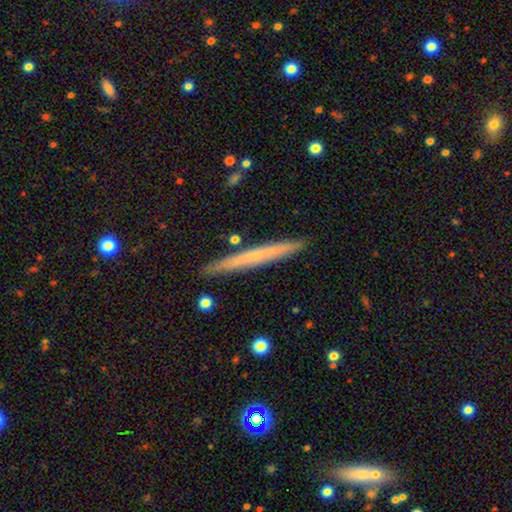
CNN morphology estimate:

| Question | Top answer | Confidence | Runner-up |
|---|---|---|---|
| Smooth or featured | smooth | 48% | featured or disk (46%) |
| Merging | none | 90% | minor disturbance (7%) |